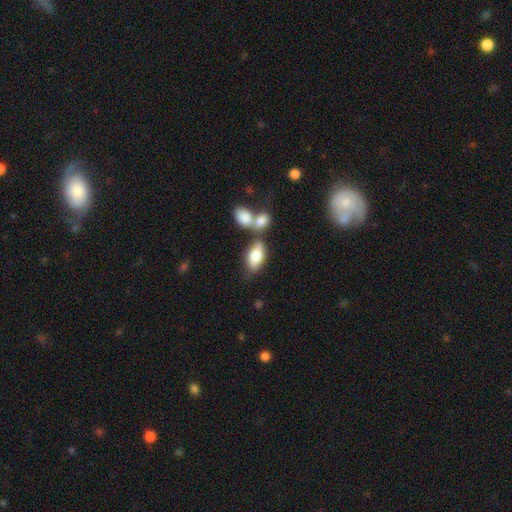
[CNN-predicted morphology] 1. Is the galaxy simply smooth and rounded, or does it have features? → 78% smooth, 15% featured or disk, 6% star or artifact.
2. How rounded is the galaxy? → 91% in between, 5% cigar-shaped, 4% round.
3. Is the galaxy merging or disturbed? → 45% none, 36% merger, 13% minor disturbance, 6% major disturbance.